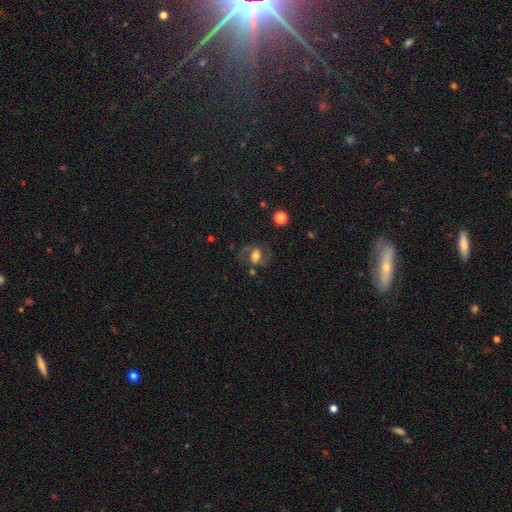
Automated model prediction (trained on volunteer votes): Overall: featured or disk (61%; smooth 28%). Edge-on disk: no (95%). Bar: weak (42%; no 36%). Spiral arms: yes (84%). Bulge size: moderate (52%; large 29%). Merging: none (67%).